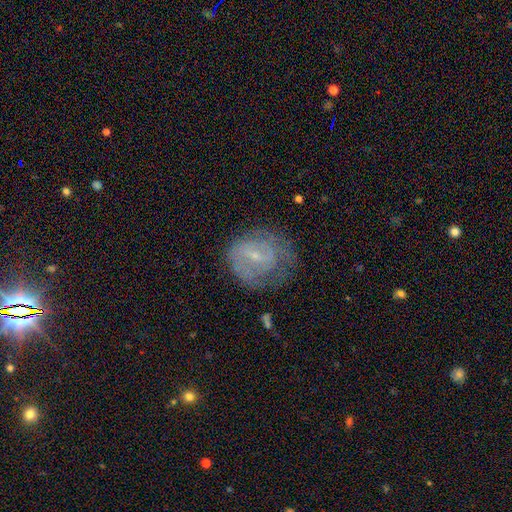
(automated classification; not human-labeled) Smooth or featured?
  - featured or disk: 63% *
  - smooth: 27%
  - star or artifact: 10%
Edge-on disk?
  - no: 96% *
  - yes: 4%
Bar?
  - weak: 52% *
  - no: 30%
  - strong: 18%
Spiral arms?
  - yes: 68% *
  - no: 32%
Bulge size?
  - small: 71% *
  - moderate: 20%
  - none: 7%
  - large: 1%
  - dominant: 1%
Merging?
  - none: 53% *
  - minor disturbance: 25%
  - major disturbance: 20%
  - merger: 2%